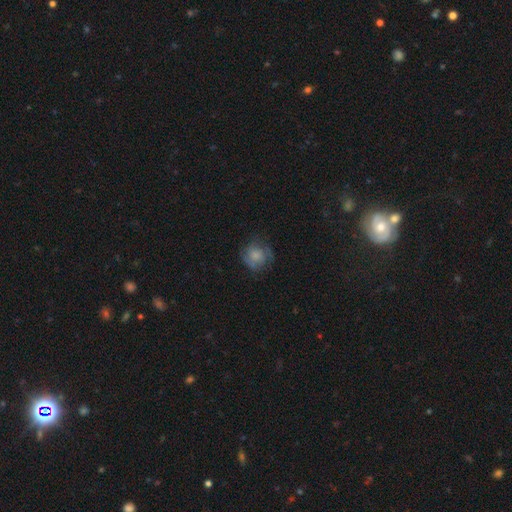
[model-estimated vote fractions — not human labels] Smooth or featured: smooth — 59% (featured or disk — 32%)
How rounded: round — 83% (in between — 16%)
Merging: none — 62% (minor disturbance — 23%)